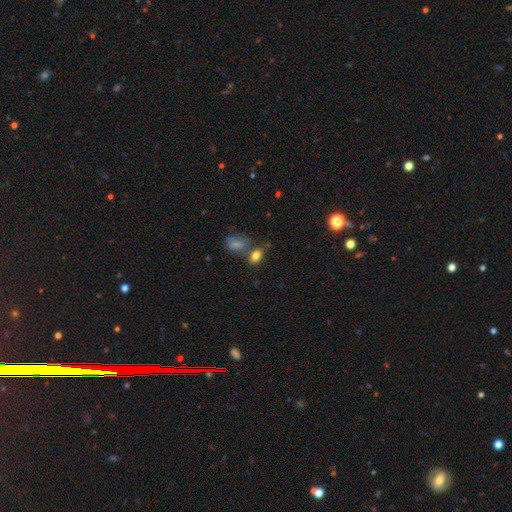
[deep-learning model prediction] smooth-or-featured: smooth: 79% | star or artifact: 11% | featured or disk: 9%
  how-rounded: in between: 81% | round: 16% | cigar-shaped: 3%
  merging: none: 58% | merger: 23% | minor disturbance: 14% | major disturbance: 5%